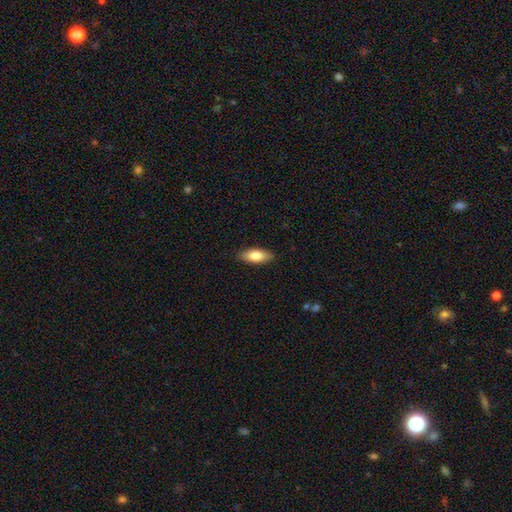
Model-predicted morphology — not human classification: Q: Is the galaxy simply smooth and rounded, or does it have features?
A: smooth — 80%.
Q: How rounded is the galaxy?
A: in between — 78%.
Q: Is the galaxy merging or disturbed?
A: none — 89%.